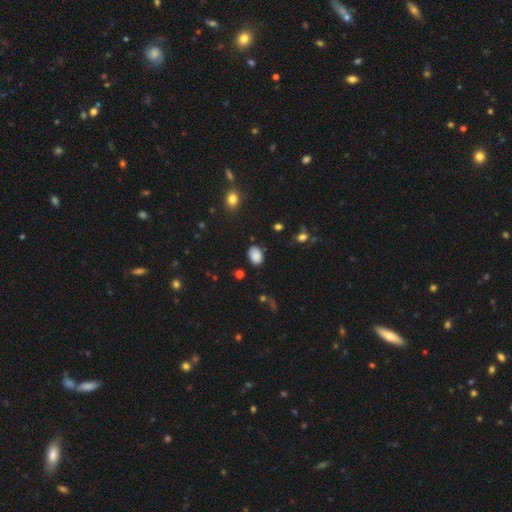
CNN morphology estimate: smooth-or-featured: smooth: 86% | star or artifact: 10% | featured or disk: 5%
  how-rounded: in between: 79% | round: 20% | cigar-shaped: 1%
  merging: none: 82% | minor disturbance: 14% | major disturbance: 3% | merger: 2%